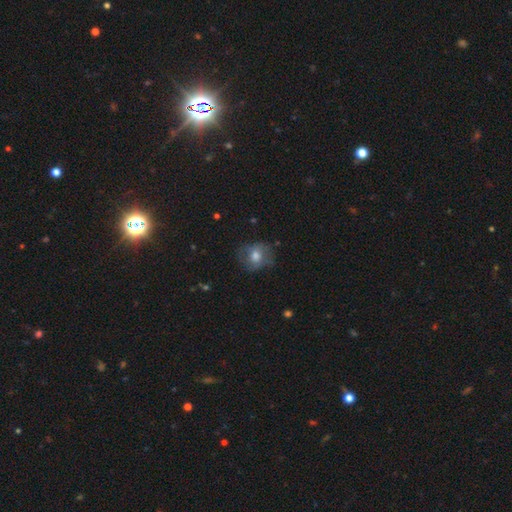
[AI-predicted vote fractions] smooth 59%, featured or disk 31%, star or artifact 10%. Down the decision tree: how rounded — round (65%); merging — none (62%).